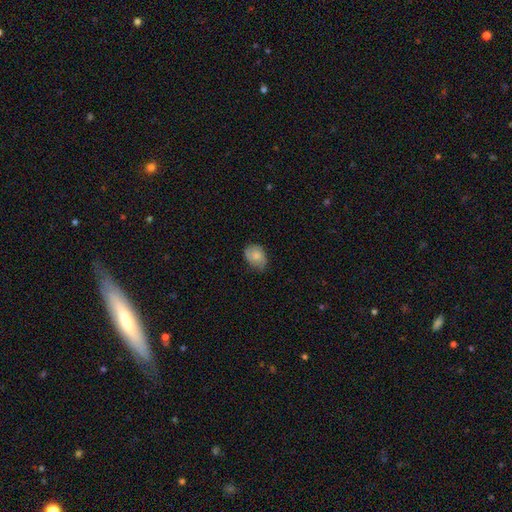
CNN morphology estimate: smooth 77%, featured or disk 16%, star or artifact 7%. Down the decision tree: how rounded — in between (69%); merging — none (61%).